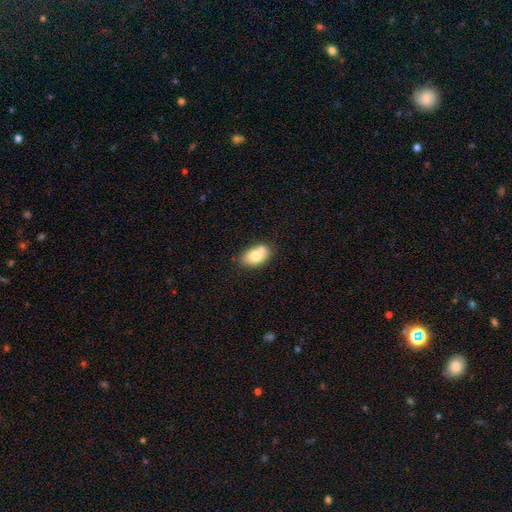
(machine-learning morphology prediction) smooth_or_featured: smooth (p=0.74) [alt: featured or disk p=0.18]
how_rounded: in between (p=0.87) [alt: round p=0.12]
merging: none (p=0.56) [alt: merger p=0.24]